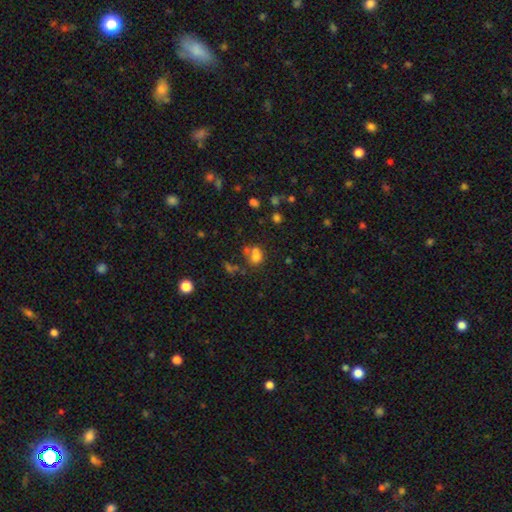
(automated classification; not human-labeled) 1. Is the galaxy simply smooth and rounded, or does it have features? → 69% smooth, 16% star or artifact, 15% featured or disk.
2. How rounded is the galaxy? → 50% round, 49% in between, 1% cigar-shaped.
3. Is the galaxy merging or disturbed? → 43% merger, 34% none, 14% minor disturbance, 9% major disturbance.